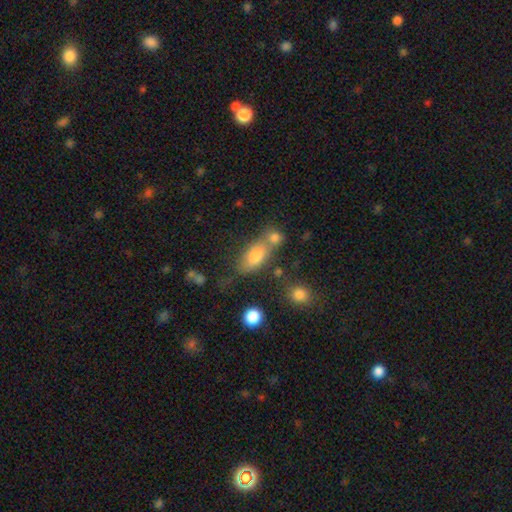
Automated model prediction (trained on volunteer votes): A smooth galaxy with no disk features (75%) that is in between round and cigar-shaped (82%).

Vote fractions:
- Smooth or featured? smooth: 75% / featured or disk: 15% / star or artifact: 10%
- How rounded? in between: 82% / cigar-shaped: 10% / round: 8%
- Merging? none: 44% / merger: 34% / minor disturbance: 15% / major disturbance: 7%